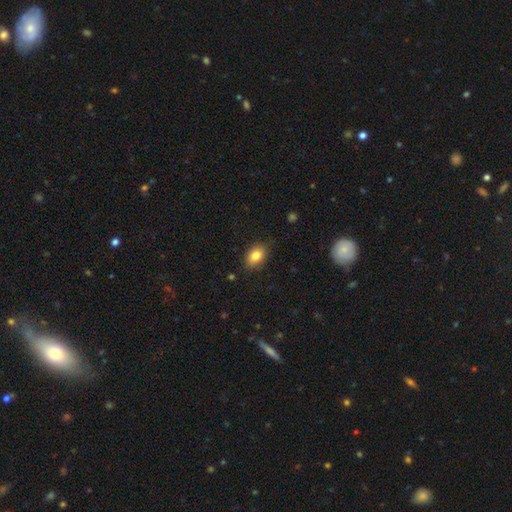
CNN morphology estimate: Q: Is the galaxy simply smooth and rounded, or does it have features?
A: smooth — 83%.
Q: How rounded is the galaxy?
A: in between — 82%.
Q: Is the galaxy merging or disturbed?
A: none — 83%.